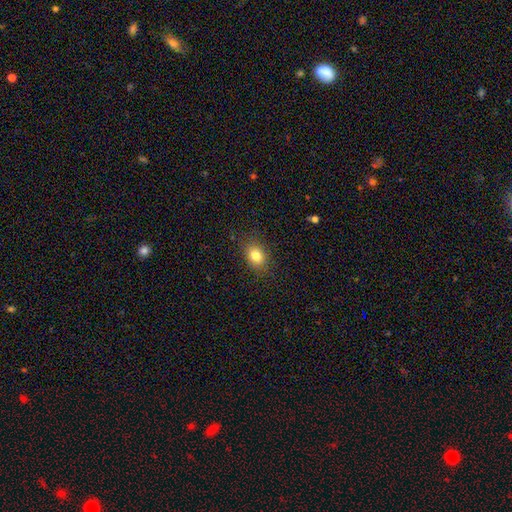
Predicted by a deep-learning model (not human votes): smooth-or-featured: smooth: 82% | star or artifact: 11% | featured or disk: 8%
  how-rounded: in between: 65% | round: 34% | cigar-shaped: 1%
  merging: none: 85% | minor disturbance: 11% | major disturbance: 3% | merger: 1%